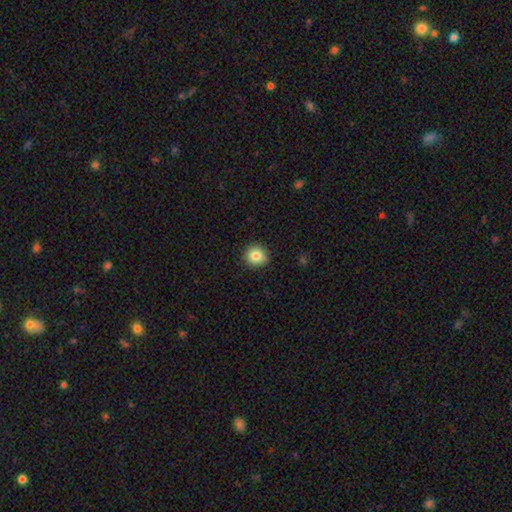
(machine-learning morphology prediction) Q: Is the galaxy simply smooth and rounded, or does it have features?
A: smooth — 82%.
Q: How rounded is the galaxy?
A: round — 87%.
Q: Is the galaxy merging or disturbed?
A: none — 87%.